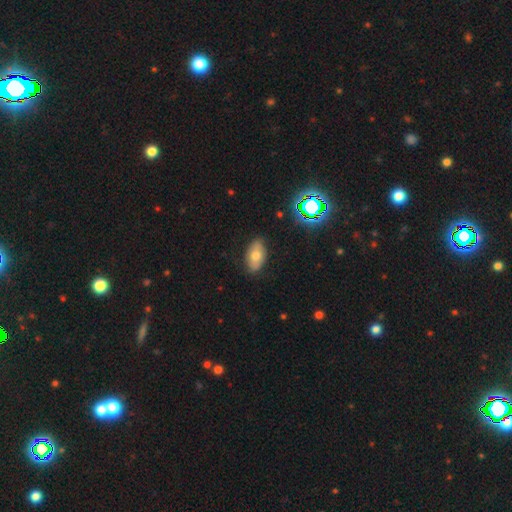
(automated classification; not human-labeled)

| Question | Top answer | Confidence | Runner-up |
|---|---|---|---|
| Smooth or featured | smooth | 69% | featured or disk (21%) |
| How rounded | in between | 92% | round (5%) |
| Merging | none | 82% | minor disturbance (14%) |